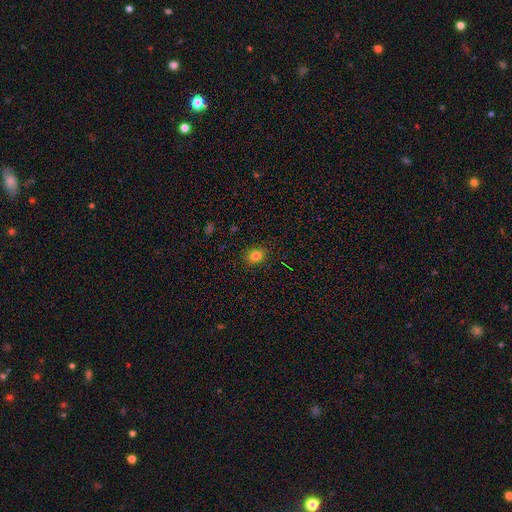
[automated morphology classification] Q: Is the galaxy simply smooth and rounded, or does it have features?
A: smooth — 82%.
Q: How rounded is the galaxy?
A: round — 67%.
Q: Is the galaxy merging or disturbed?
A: none — 89%.